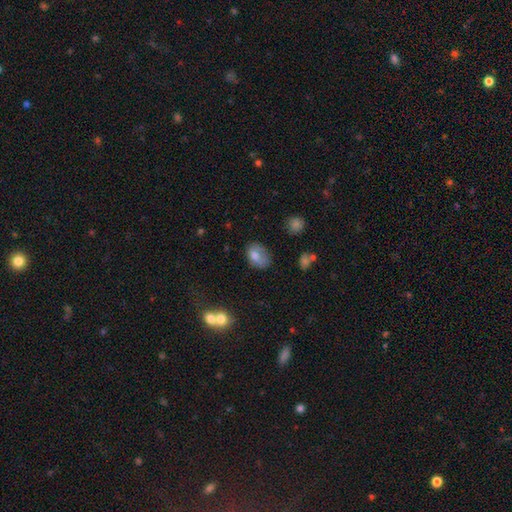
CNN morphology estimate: type=smooth (77%); roundness=in between (83%); merging=none (53%).